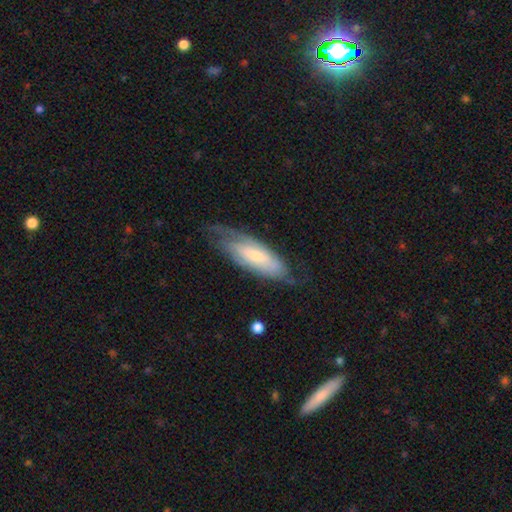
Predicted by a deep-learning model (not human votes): A featured or disk galaxy (63%) with no bar (60%), spiral arms (85%) and a small central bulge (62%). Merging: none (61%).